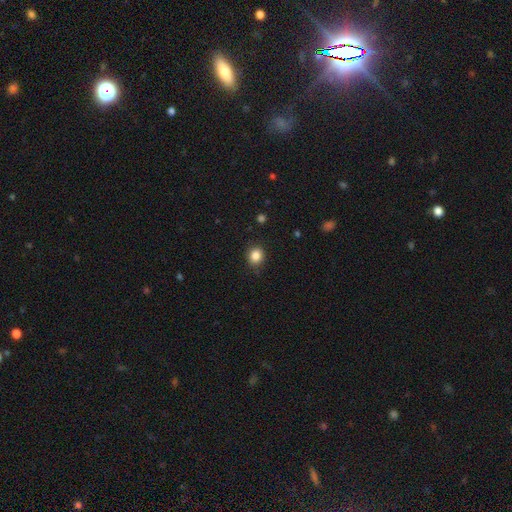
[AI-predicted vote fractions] Smooth or featured?
  - smooth: 85% *
  - star or artifact: 10%
  - featured or disk: 4%
How rounded?
  - round: 75% *
  - in between: 24%
  - cigar-shaped: 1%
Merging?
  - none: 86% *
  - minor disturbance: 10%
  - major disturbance: 3%
  - merger: 1%